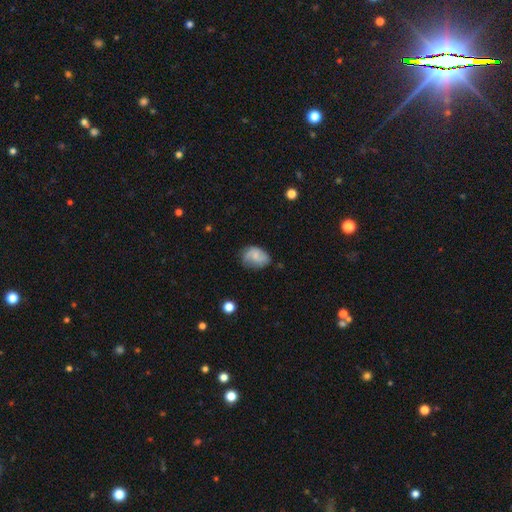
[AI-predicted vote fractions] smooth_or_featured: smooth (p=0.57) [alt: featured or disk p=0.34]
how_rounded: in between (p=0.74) [alt: round p=0.25]
merging: none (p=0.49) [alt: minor disturbance p=0.35]